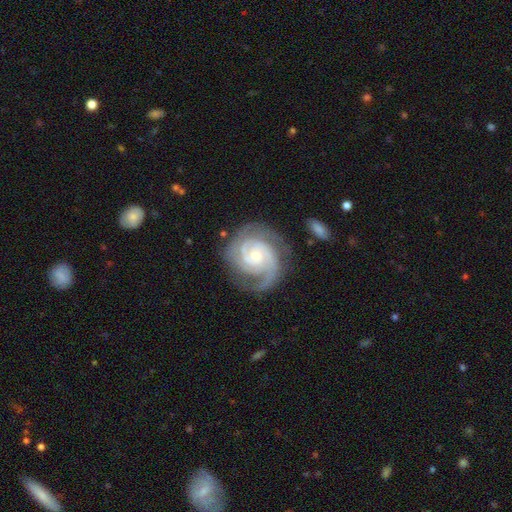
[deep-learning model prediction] This is clearly a featured or disk galaxy (91%). It is clearly not viewed edge-on (98%). Bar: likely no (67%). Spiral arm pattern: clearly yes (98%). Spiral arm count: possibly 2 (48%). Spiral winding: likely tight (65%). Central bulge: likely small (62%). Merging: likely none (76%).